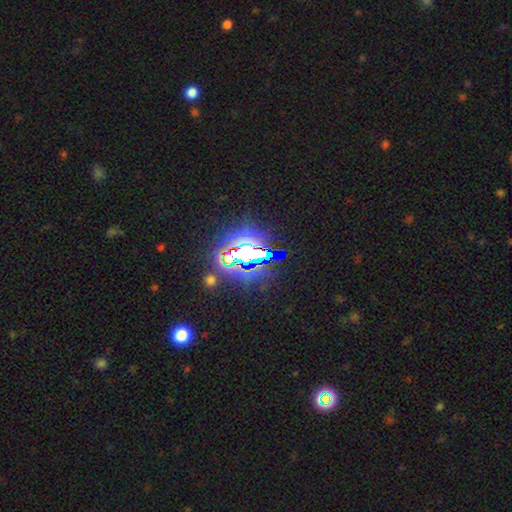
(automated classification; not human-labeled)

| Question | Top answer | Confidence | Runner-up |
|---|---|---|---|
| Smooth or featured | star or artifact | 76% | smooth (13%) |